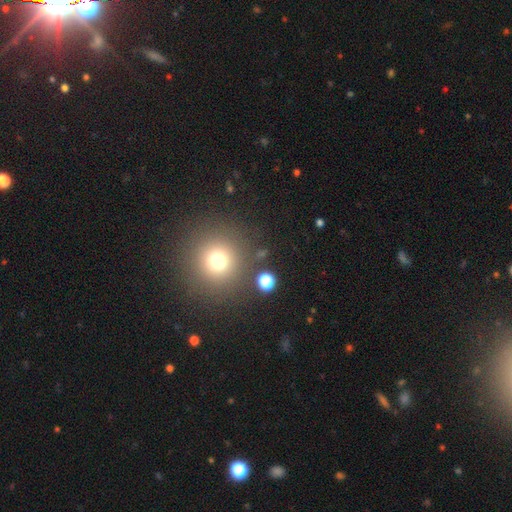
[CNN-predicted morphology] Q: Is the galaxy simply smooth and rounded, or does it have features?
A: smooth — 64%.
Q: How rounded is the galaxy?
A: round — 94%.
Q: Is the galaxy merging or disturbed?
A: none — 88%.